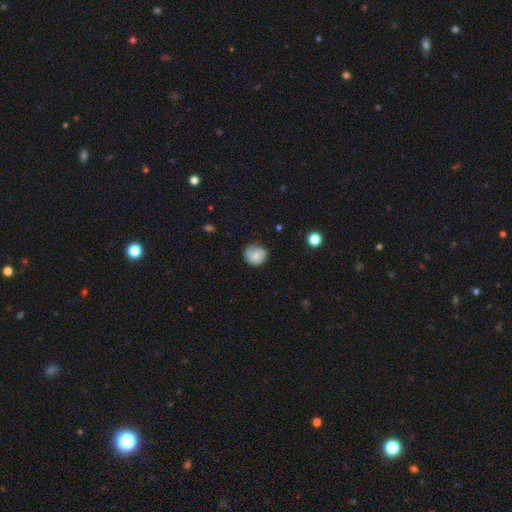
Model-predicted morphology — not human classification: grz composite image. It shows a smooth galaxy with no disk features (69%) that is round (83%). Merging: none (64%).